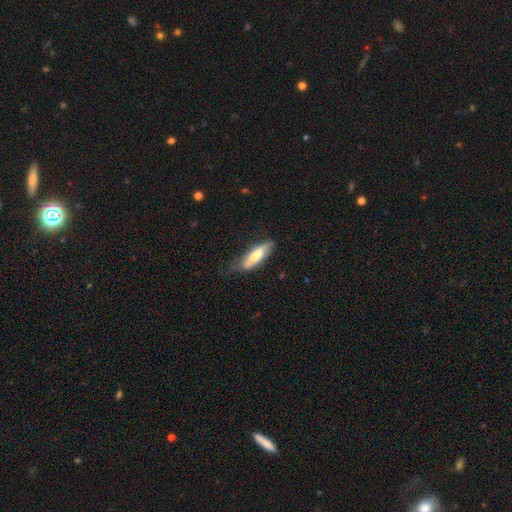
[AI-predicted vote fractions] Morphology: type=smooth (67%); roundness=cigar-shaped (55%); merging=none (59%).